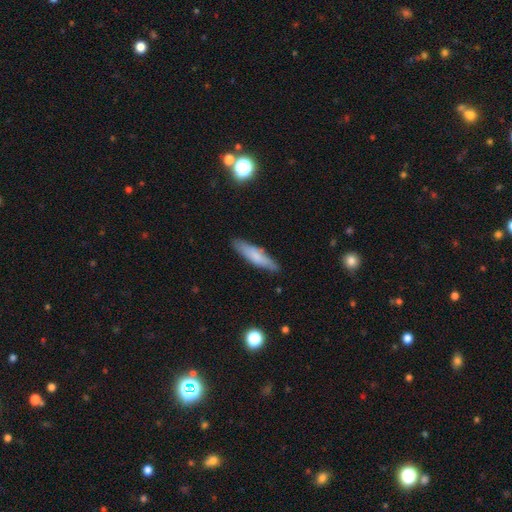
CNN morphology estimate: smooth-or-featured: smooth: 72% | featured or disk: 22% | star or artifact: 7%
  how-rounded: cigar-shaped: 76% | in between: 22% | round: 2%
  merging: none: 85% | minor disturbance: 12% | major disturbance: 2% | merger: 1%